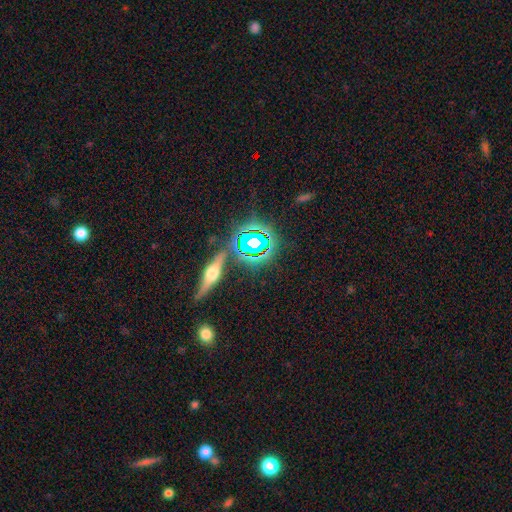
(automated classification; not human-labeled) A star or artifact, not a galaxy (56%).

Vote fractions:
- Smooth or featured? star or artifact: 56% / smooth: 23% / featured or disk: 21%